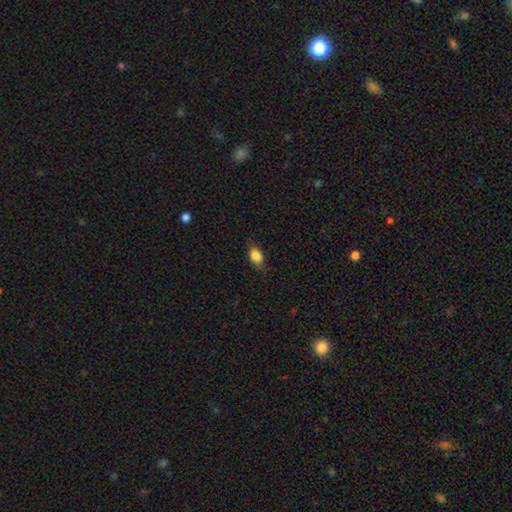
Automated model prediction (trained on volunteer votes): A smooth galaxy with no disk features (86%) that is in between round and cigar-shaped (85%). Merging: none (72%).